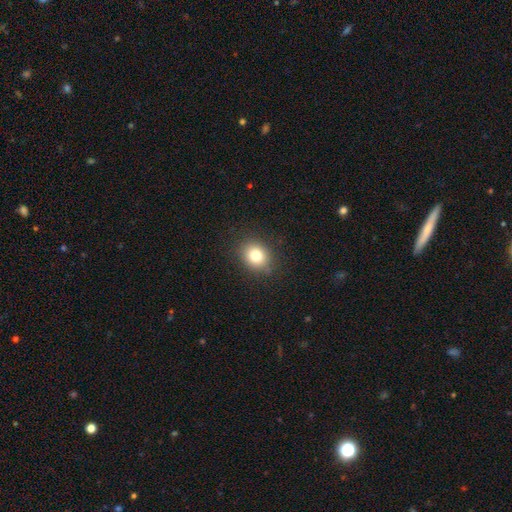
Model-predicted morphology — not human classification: This is likely a smooth galaxy (79%). How rounded: likely round (65%). Merging: clearly none (87%).